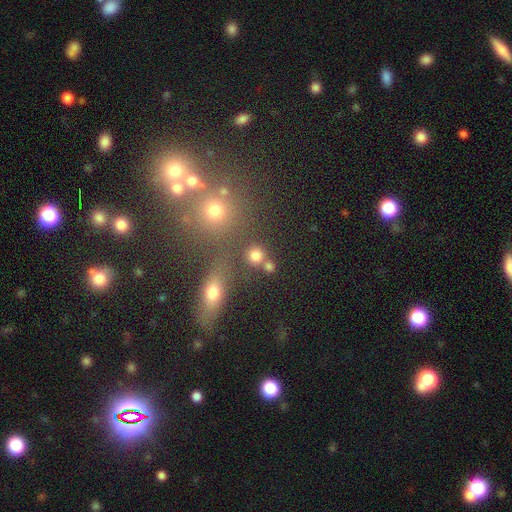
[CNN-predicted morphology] A smooth galaxy with no disk features (78%) that is round (90%).

Vote fractions:
- Smooth or featured? smooth: 78% / star or artifact: 16% / featured or disk: 7%
- How rounded? round: 90% / in between: 9% / cigar-shaped: 1%
- Merging? none: 71% / merger: 18% / minor disturbance: 7% / major disturbance: 4%